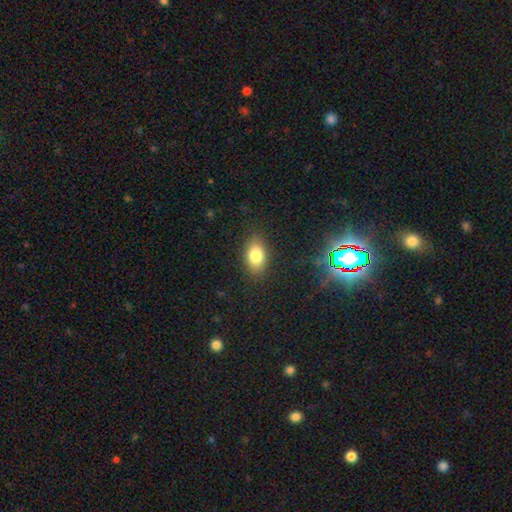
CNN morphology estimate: Overall: smooth (81%). How rounded: in between (86%). Merging: none (85%).